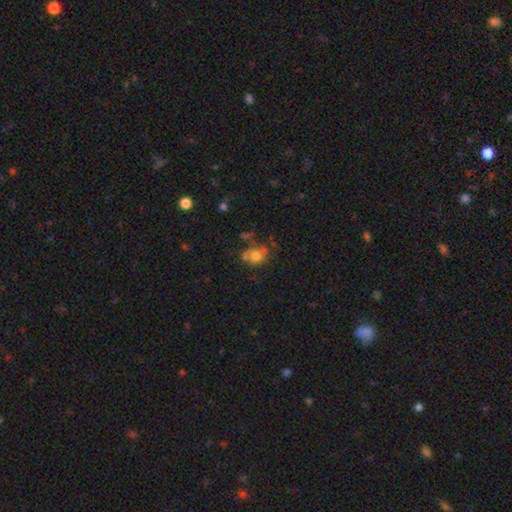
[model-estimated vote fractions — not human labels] smooth 62%, featured or disk 26%, star or artifact 12%. Down the decision tree: how rounded — round (52%); merging — none (44%).